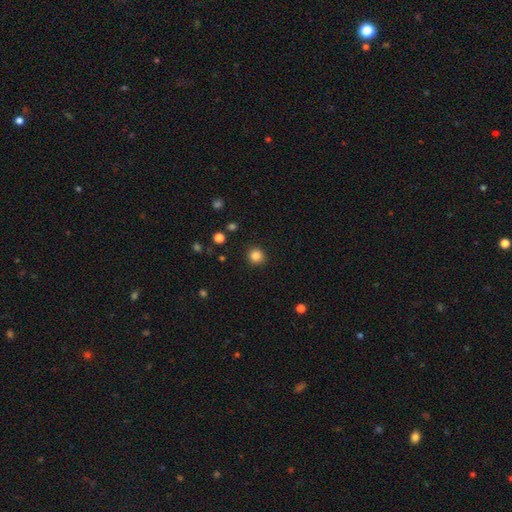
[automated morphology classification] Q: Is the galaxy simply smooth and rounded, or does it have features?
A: smooth — 85%.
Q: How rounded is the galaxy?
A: round — 94%.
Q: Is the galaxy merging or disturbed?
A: none — 92%.